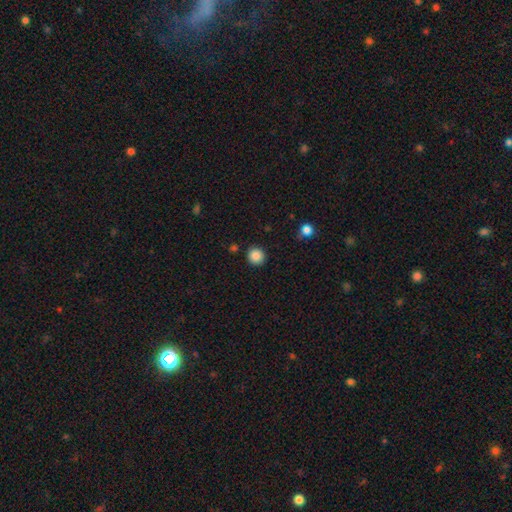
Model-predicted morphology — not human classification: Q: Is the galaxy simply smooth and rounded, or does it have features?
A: smooth — 87%.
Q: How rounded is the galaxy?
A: round — 93%.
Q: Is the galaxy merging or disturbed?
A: none — 89%.